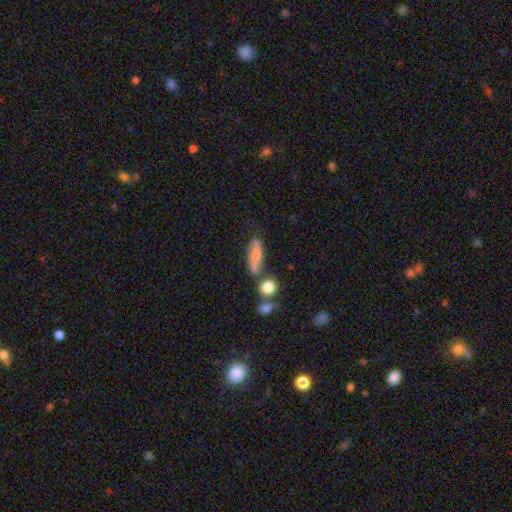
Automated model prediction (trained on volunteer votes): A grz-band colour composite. It shows a smooth galaxy with no disk features (65%) that is in between round and cigar-shaped (57%). Merging: none (48%).